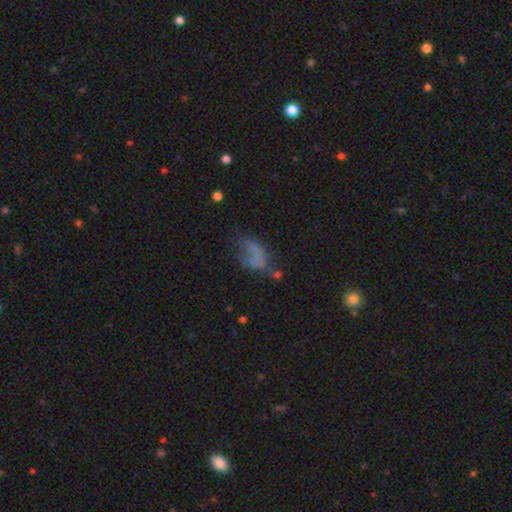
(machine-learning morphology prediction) Smooth or featured? smooth (51%)
How rounded? in between (85%)
Merging? major disturbance (36%)